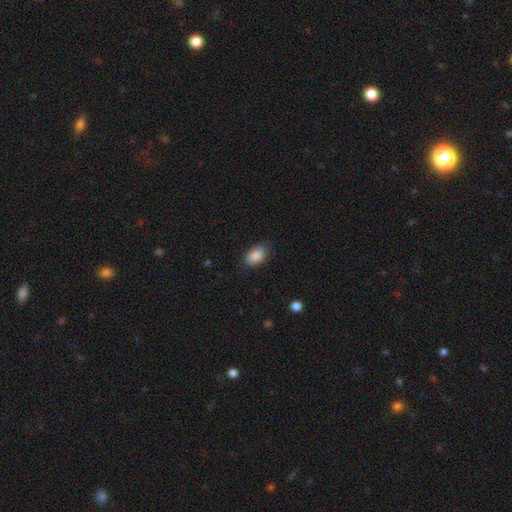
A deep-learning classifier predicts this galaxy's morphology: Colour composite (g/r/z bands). It shows a smooth galaxy with no disk features (87%) that is in between round and cigar-shaped (92%). Merging: none (83%).